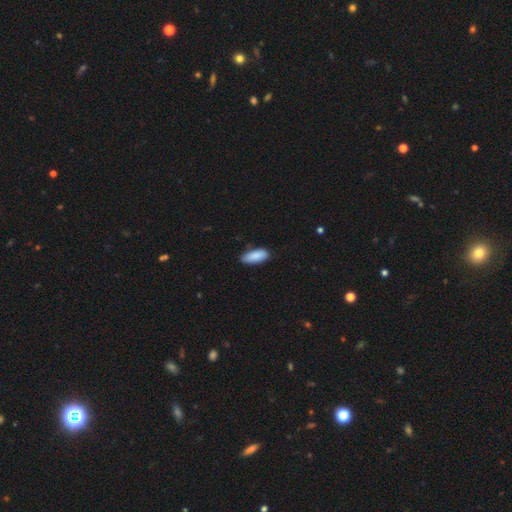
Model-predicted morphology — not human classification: smooth-or-featured: smooth: 89% | star or artifact: 6% | featured or disk: 6%
  how-rounded: in between: 80% | cigar-shaped: 19% | round: 2%
  merging: none: 83% | minor disturbance: 14% | major disturbance: 2% | merger: 1%